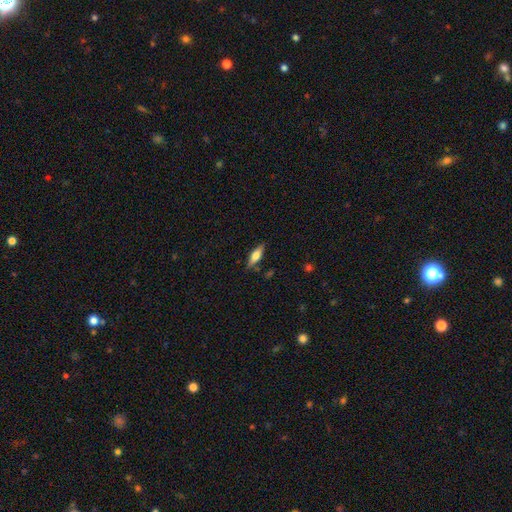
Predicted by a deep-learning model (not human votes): smooth_or_featured: smooth (p=0.61) [alt: featured or disk p=0.33]
how_rounded: in between (p=0.56) [alt: cigar-shaped p=0.42]
merging: none (p=0.80) [alt: minor disturbance p=0.14]